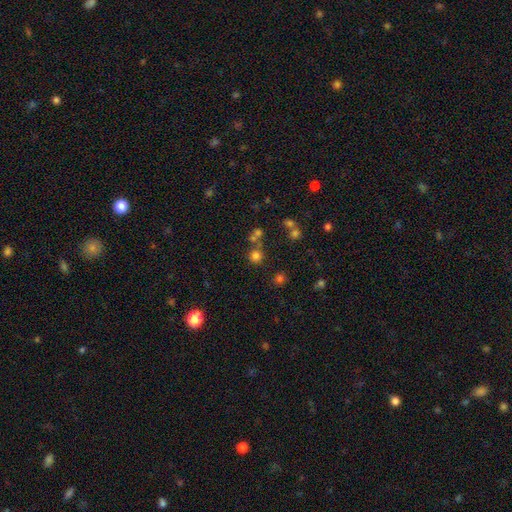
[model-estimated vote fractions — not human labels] Smooth or featured? smooth (71%)
How rounded? round (92%)
Merging? none (69%)